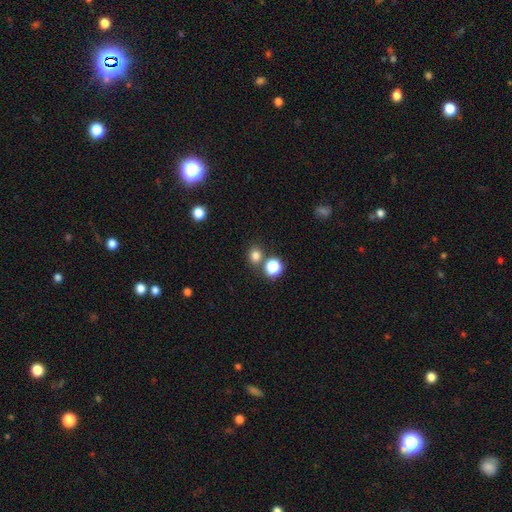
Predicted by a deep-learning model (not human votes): This is likely a smooth galaxy (78%). How rounded: likely round (80%). Merging: likely none (73%).